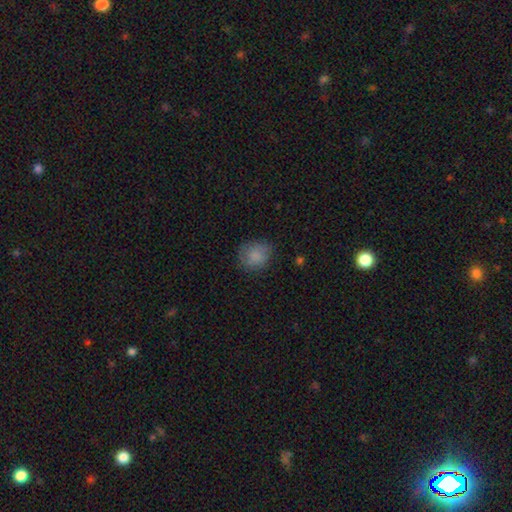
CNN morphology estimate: The model was most divided on "merging": none: 74%, minor disturbance: 19%, major disturbance: 6%, merger: 1%. More confident: smooth or featured — smooth (82%); how rounded — round (77%).